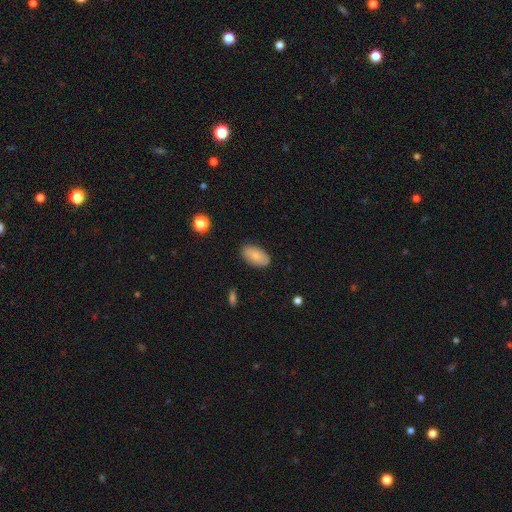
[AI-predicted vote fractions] Smooth or featured: smooth — 81% (featured or disk — 12%)
How rounded: in between — 94% (round — 4%)
Merging: none — 85% (minor disturbance — 11%)